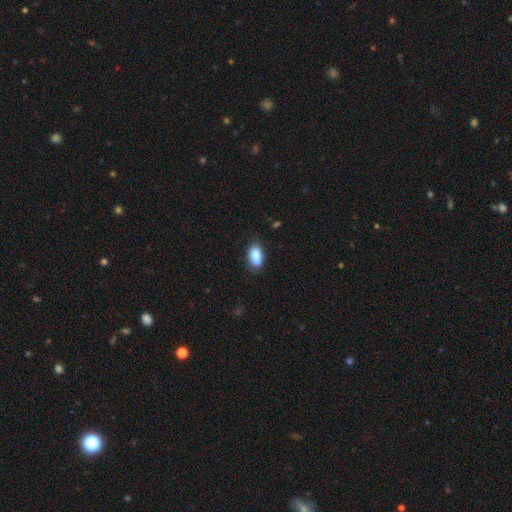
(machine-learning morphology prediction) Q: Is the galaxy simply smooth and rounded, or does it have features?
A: smooth — 86%.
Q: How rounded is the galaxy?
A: in between — 91%.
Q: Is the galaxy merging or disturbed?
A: none — 75%.